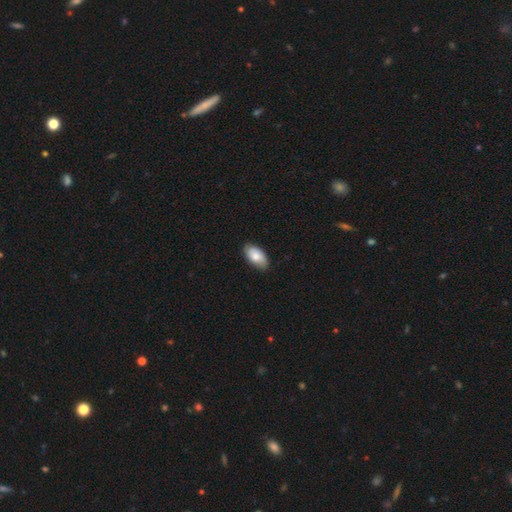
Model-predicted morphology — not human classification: type=smooth (81%); roundness=in between (95%); merging=none (84%).